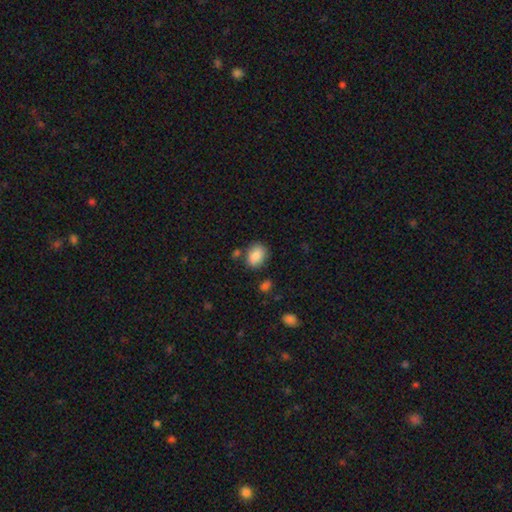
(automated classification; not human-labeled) Smooth or featured: smooth — 87% (star or artifact — 8%)
How rounded: in between — 64% (round — 35%)
Merging: none — 73% (minor disturbance — 16%)